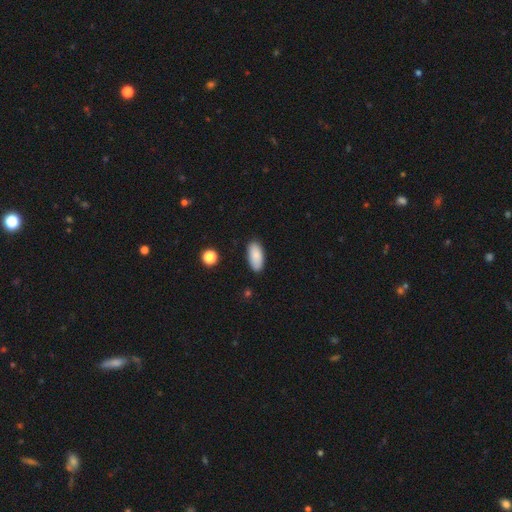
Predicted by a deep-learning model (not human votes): Smooth or featured: smooth — 88% (star or artifact — 7%)
How rounded: in between — 90% (cigar-shaped — 8%)
Merging: none — 86% (minor disturbance — 10%)